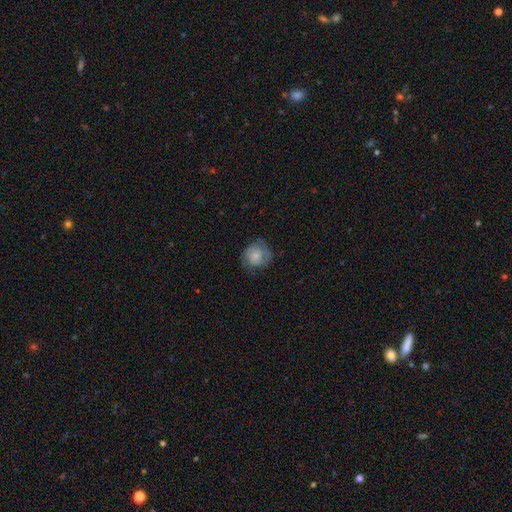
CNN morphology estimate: smooth_or_featured: smooth (p=0.55) [alt: featured or disk p=0.37]
how_rounded: round (p=0.79) [alt: in between p=0.20]
merging: none (p=0.62) [alt: minor disturbance p=0.25]